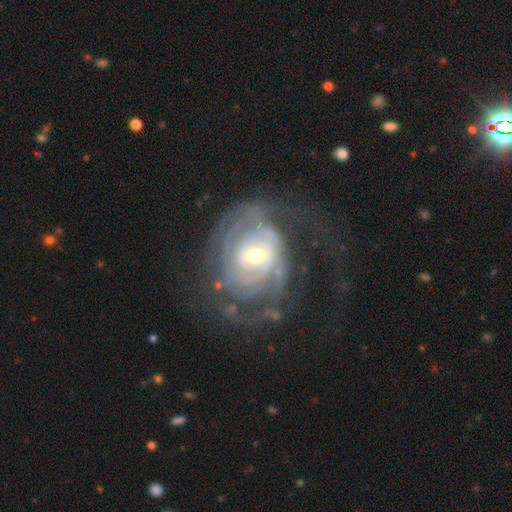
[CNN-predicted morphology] Overall: featured or disk (86%). Edge-on disk: no (97%). Bar: no (51%; weak 36%). Spiral arms: yes (93%). Spiral arm count: can't tell (39%; 2 24%). Spiral winding: tight (64%; medium 26%). Bulge size: moderate (48%; small 47%). Merging: none (52%; major disturbance 29%).